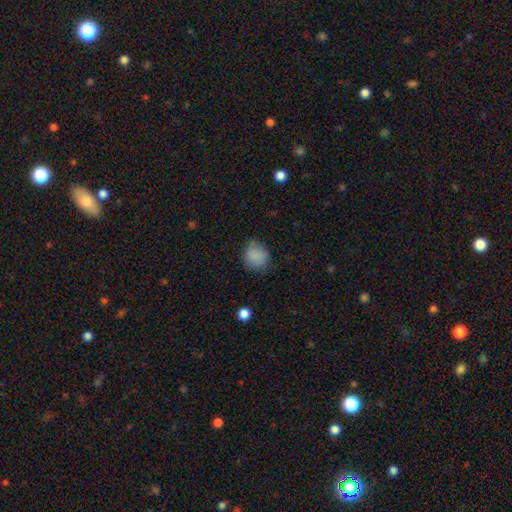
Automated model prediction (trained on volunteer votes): smooth-or-featured: smooth: 84% | star or artifact: 9% | featured or disk: 7%
  how-rounded: round: 79% | in between: 20% | cigar-shaped: 1%
  merging: none: 64% | minor disturbance: 27% | major disturbance: 7% | merger: 2%